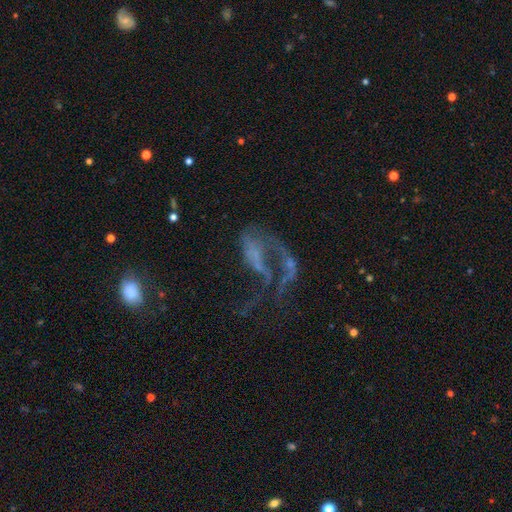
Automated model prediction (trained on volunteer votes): Morphology: type=featured or disk (65%); edge-on=no (96%); bar=no (69%); spiral arms=yes (50%, tied with no); bulge=none (61%); merging=major disturbance (54%).